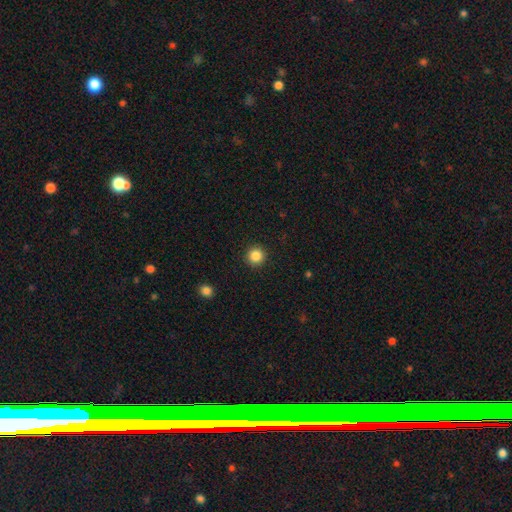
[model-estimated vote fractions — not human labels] This is clearly a smooth galaxy (86%). How rounded: clearly round (95%). Merging: clearly none (93%).